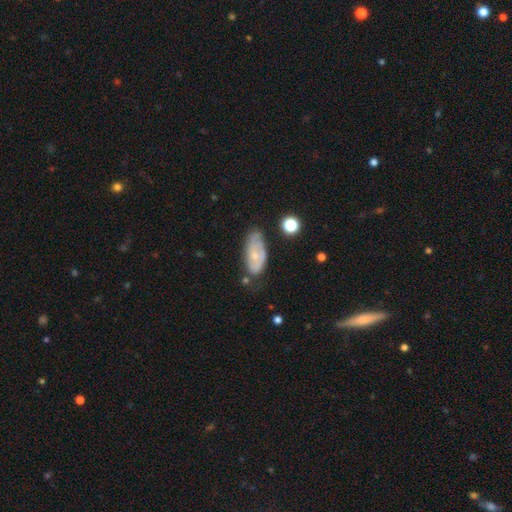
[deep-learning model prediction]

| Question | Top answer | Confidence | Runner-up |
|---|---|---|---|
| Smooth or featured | featured or disk | 50% | smooth (42%) |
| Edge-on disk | no | 89% | yes (11%) |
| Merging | none | 54% | minor disturbance (32%) |